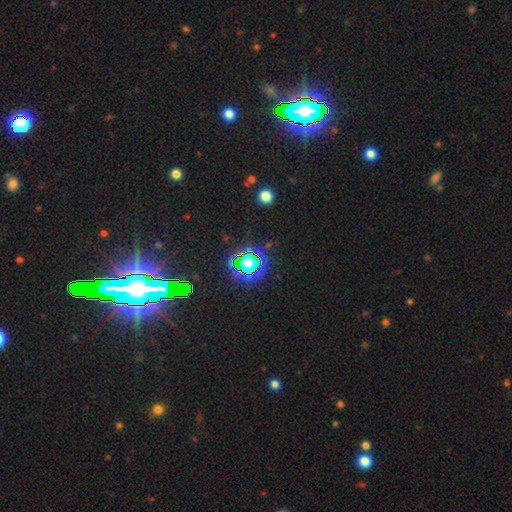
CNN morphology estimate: Smooth or featured? Predicted: star or artifact (p=0.83).